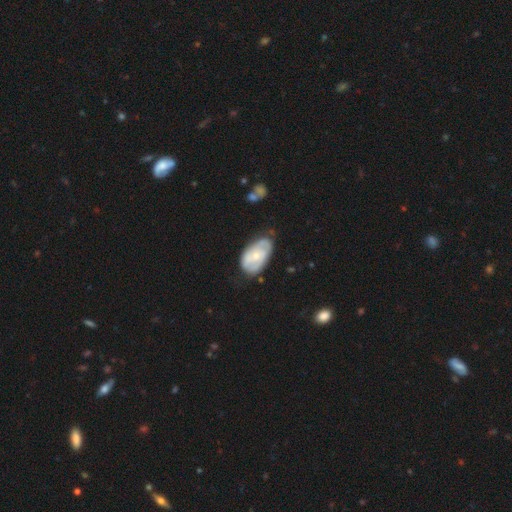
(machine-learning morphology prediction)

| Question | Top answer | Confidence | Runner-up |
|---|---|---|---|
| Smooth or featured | featured or disk | 57% | smooth (38%) |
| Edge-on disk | no | 95% | yes (5%) |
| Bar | no | 74% | weak (21%) |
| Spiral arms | yes | 67% | no (33%) |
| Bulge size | small | 58% | moderate (37%) |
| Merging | none | 56% | minor disturbance (32%) |